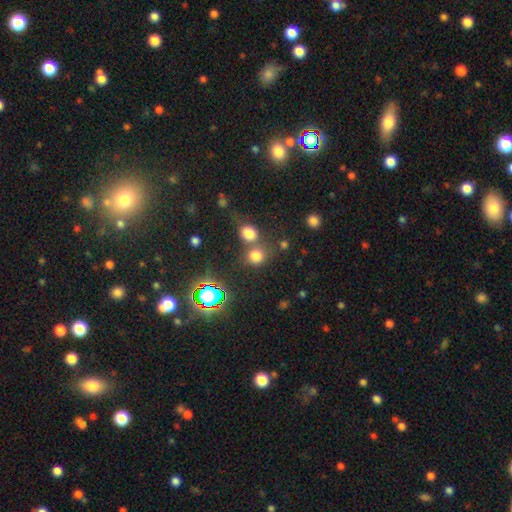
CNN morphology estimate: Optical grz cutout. It shows a smooth galaxy with no disk features (75%) that is round (82%). Merging: none (57%).